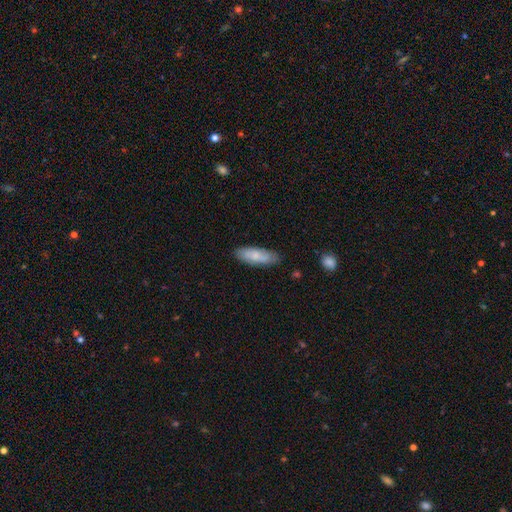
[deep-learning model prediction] A smooth galaxy with no disk features (71%) that is in between round and cigar-shaped (68%). Merging: none (80%).